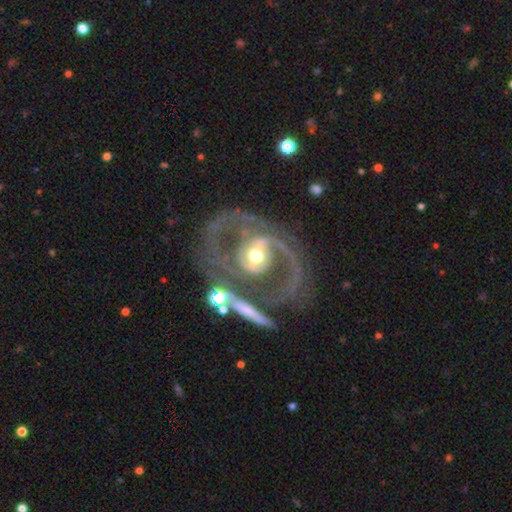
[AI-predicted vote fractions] smooth_or_featured: featured or disk (p=0.89) [alt: smooth p=0.06]
disk_edge_on: no (p=0.97) [alt: yes p=0.03]
bar: weak (p=0.36) [alt: no p=0.34]
has_spiral_arms: yes (p=0.94) [alt: no p=0.06]
spiral_winding: medium (p=0.54) [alt: loose p=0.26]
spiral_arm_count: 2 (p=0.81) [alt: can't tell p=0.06]
bulge_size: moderate (p=0.66) [alt: small p=0.19]
merging: none (p=0.51) [alt: major disturbance p=0.20]